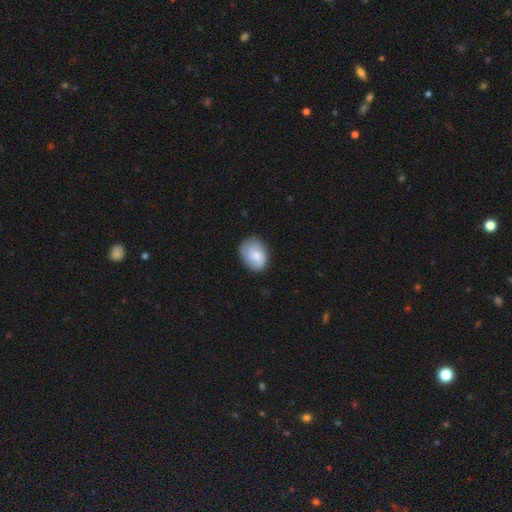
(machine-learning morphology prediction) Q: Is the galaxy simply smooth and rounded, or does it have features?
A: smooth — 75%.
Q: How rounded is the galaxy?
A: in between — 65%.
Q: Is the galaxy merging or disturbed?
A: none — 74%.